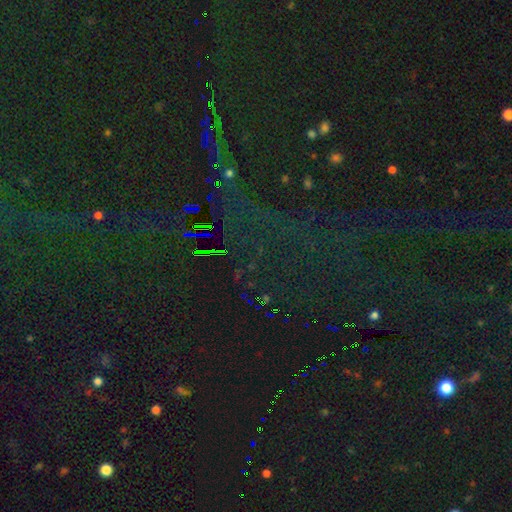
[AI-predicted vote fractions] Smooth or featured?
  - star or artifact: 82% *
  - smooth: 11%
  - featured or disk: 7%